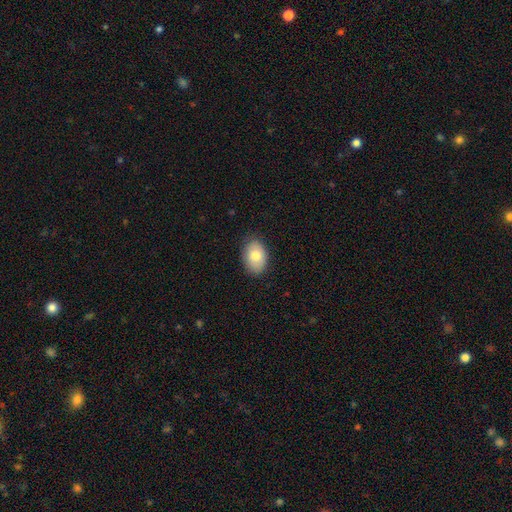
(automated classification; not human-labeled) Morphology: type=smooth (79%); roundness=in between (82%); merging=none (84%).